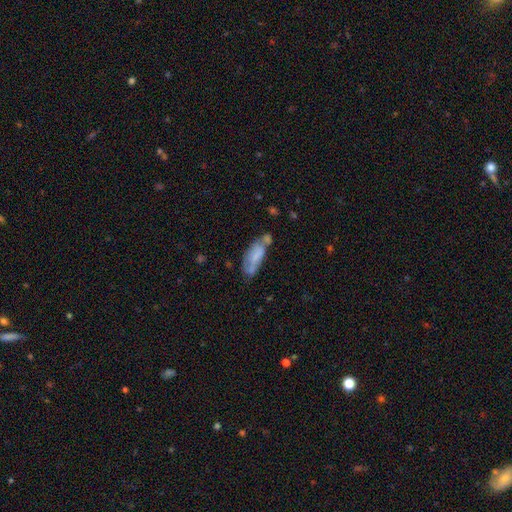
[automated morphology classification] This is possibly a smooth galaxy (59%). How rounded: likely in between (69%). Merging: marginally none (36%).